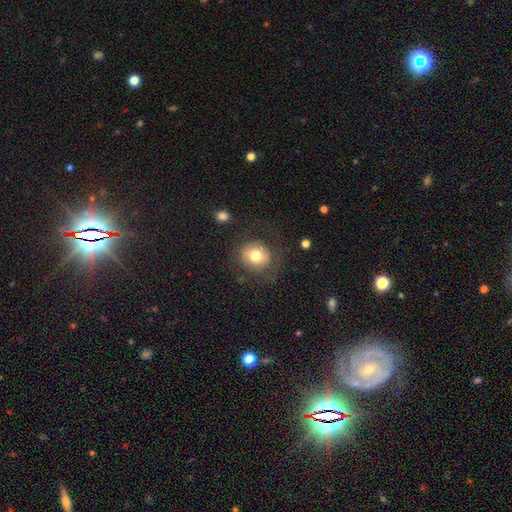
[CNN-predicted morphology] smooth_or_featured: smooth (p=0.72) [alt: featured or disk p=0.18]
how_rounded: round (p=0.82) [alt: in between p=0.17]
merging: none (p=0.67) [alt: minor disturbance p=0.16]